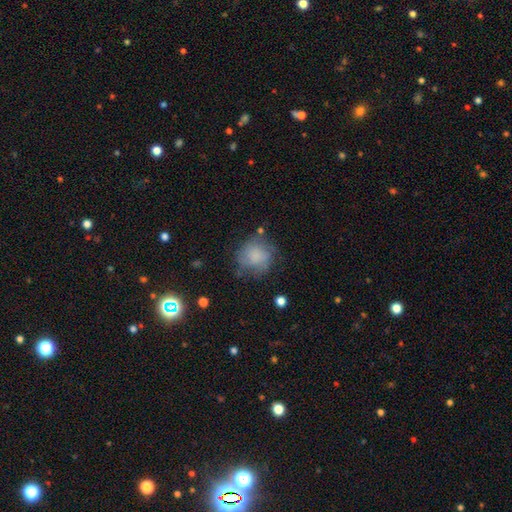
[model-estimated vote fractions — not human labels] smooth-or-featured: smooth: 68% | featured or disk: 23% | star or artifact: 10%
  how-rounded: round: 78% | in between: 21% | cigar-shaped: 1%
  merging: none: 57% | minor disturbance: 26% | major disturbance: 13% | merger: 3%